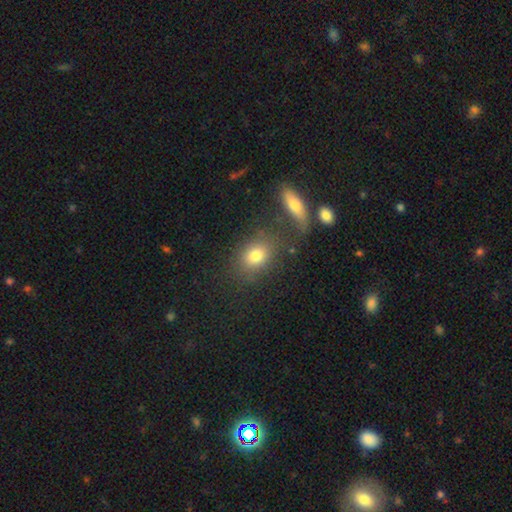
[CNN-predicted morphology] A smooth galaxy with no disk features (76%) that is in between round and cigar-shaped (54%).

Vote fractions:
- Smooth or featured? smooth: 76% / star or artifact: 13% / featured or disk: 12%
- How rounded? in between: 54% / round: 44% / cigar-shaped: 2%
- Merging? none: 71% / minor disturbance: 12% / merger: 12% / major disturbance: 6%